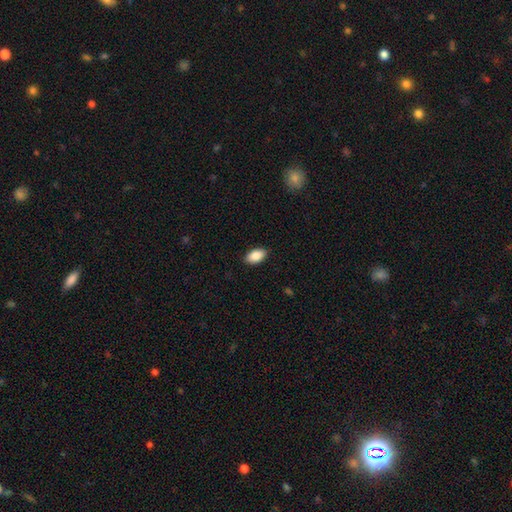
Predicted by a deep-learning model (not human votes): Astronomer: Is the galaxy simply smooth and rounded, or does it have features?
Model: smooth — 89%.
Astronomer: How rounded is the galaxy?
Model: in between — 93%.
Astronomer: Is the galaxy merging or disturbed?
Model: none — 88%.